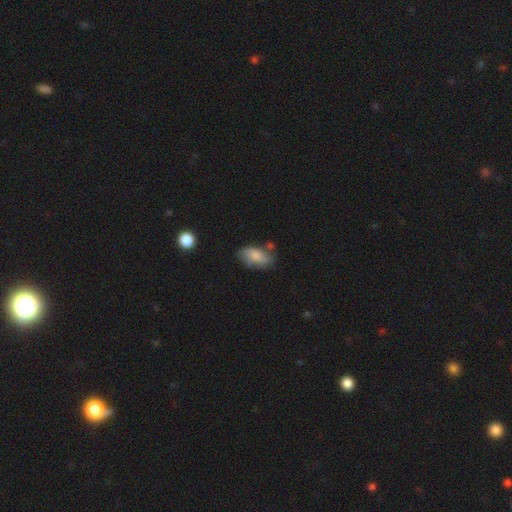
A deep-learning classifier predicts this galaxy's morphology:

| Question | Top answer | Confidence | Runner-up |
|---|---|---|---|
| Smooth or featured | smooth | 73% | featured or disk (19%) |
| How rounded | in between | 92% | round (4%) |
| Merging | none | 57% | minor disturbance (28%) |